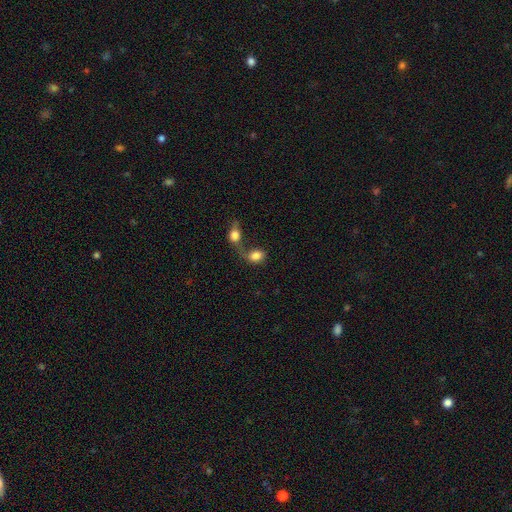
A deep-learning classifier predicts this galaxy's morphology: This appears to be a smooth galaxy with no disk features (80%) that is in between round and cigar-shaped (70%). Merging: merger (64%).